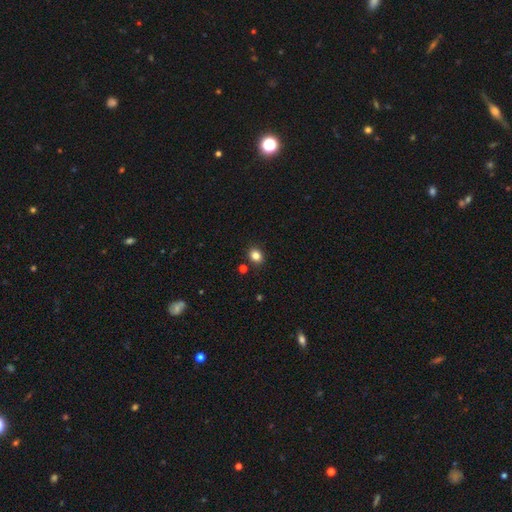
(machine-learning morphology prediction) smooth 83%, star or artifact 12%, featured or disk 5%. Down the decision tree: how rounded — round (62%); merging — none (87%).